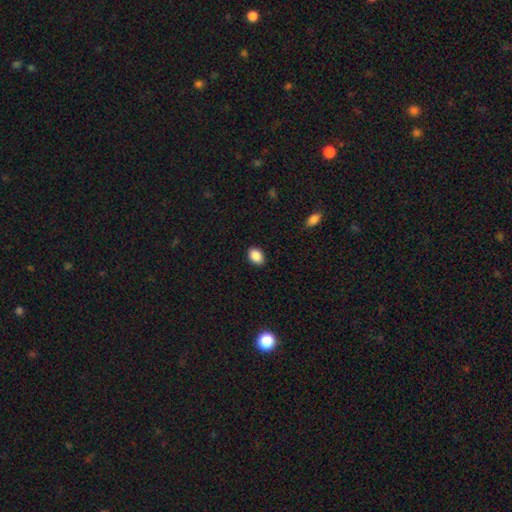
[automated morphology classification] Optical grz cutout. It shows a smooth galaxy with no disk features (89%) that is in between round and cigar-shaped (82%). Merging: none (89%).